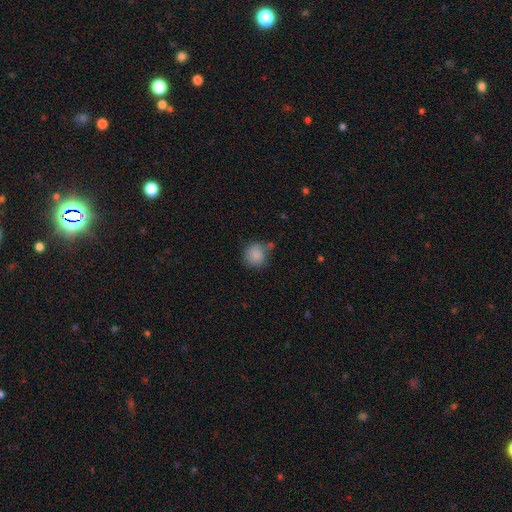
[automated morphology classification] smooth_or_featured: smooth (p=0.86) [alt: star or artifact p=0.09]
how_rounded: round (p=0.86) [alt: in between p=0.13]
merging: none (p=0.65) [alt: minor disturbance p=0.20]